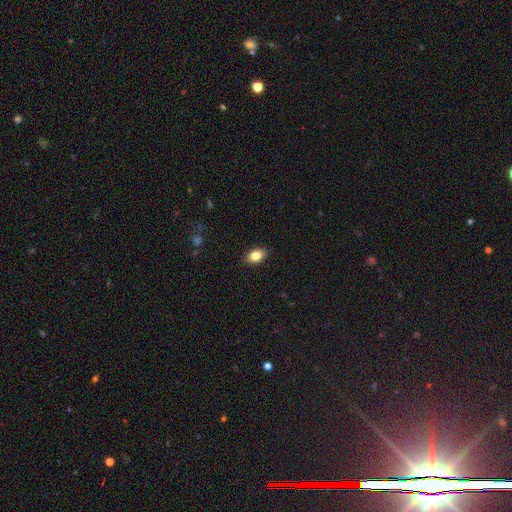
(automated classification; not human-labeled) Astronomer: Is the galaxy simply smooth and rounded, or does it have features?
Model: smooth — 82%.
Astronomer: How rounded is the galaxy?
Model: in between — 84%.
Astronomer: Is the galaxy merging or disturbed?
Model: none — 88%.